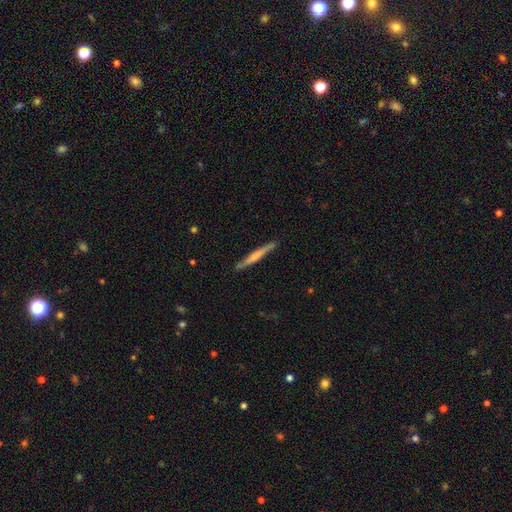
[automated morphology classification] Smooth or featured? featured or disk (48%)
Merging? none (86%)